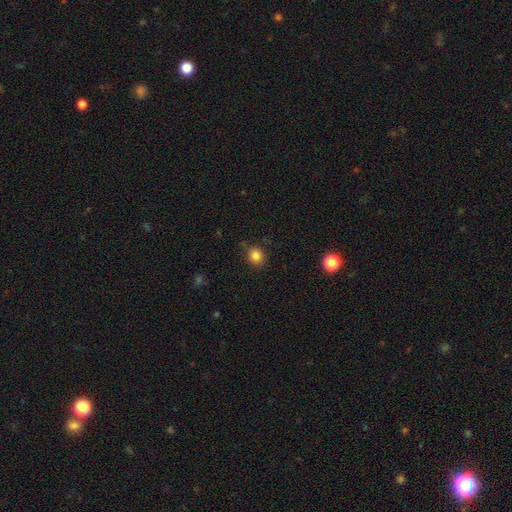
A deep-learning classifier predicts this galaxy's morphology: Overall: smooth (83%). How rounded: round (86%). Merging: none (87%).